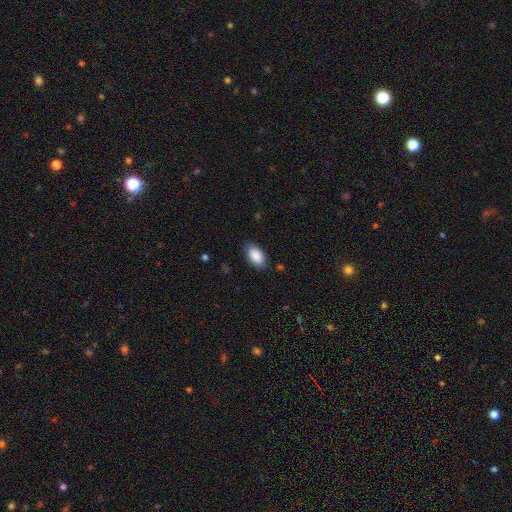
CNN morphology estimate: smooth_or_featured: smooth (p=0.89) [alt: star or artifact p=0.06]
how_rounded: in between (p=0.94) [alt: round p=0.04]
merging: none (p=0.82) [alt: minor disturbance p=0.14]